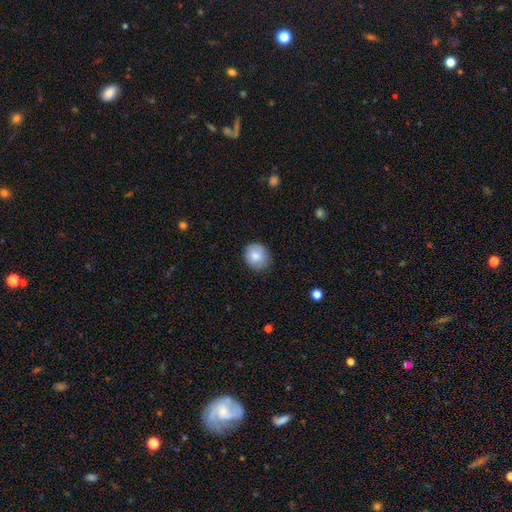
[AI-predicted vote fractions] A smooth galaxy with no disk features (82%) that is round (80%).

Vote fractions:
- Smooth or featured? smooth: 82% / featured or disk: 11% / star or artifact: 7%
- How rounded? round: 80% / in between: 19% / cigar-shaped: 1%
- Merging? none: 80% / minor disturbance: 16% / major disturbance: 3% / merger: 1%